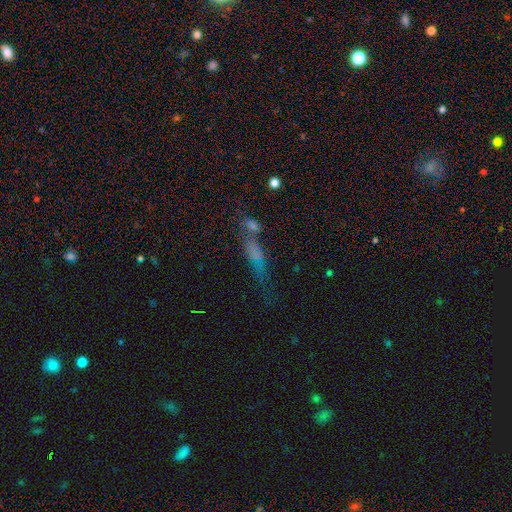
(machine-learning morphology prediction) This is marginally a smooth galaxy (42%). Merging: possibly none (48%).